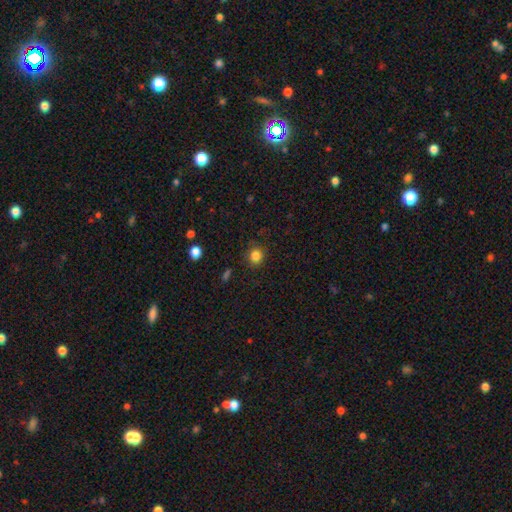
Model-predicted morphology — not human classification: Smooth or featured?
  - smooth: 83% *
  - star or artifact: 12%
  - featured or disk: 5%
How rounded?
  - round: 83% *
  - in between: 16%
  - cigar-shaped: 1%
Merging?
  - none: 85% *
  - minor disturbance: 10%
  - major disturbance: 3%
  - merger: 1%